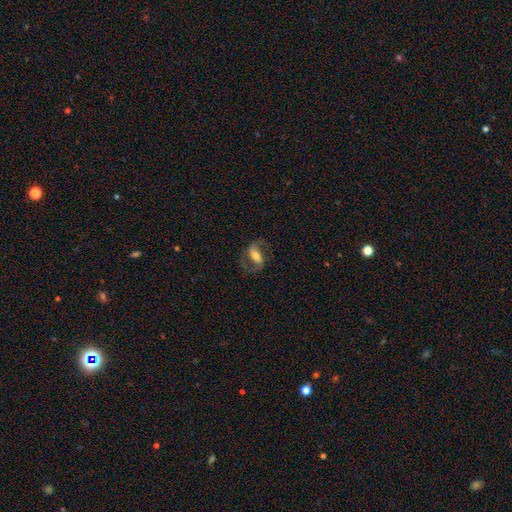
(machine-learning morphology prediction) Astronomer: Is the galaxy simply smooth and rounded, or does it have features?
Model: featured or disk — 70%.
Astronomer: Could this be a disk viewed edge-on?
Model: no — 94%.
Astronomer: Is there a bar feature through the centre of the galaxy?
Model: strong — 45% (runner-up: weak, 34%).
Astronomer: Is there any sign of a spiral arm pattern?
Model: yes — 89%.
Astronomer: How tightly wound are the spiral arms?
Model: medium — 46% (runner-up: loose, 41%).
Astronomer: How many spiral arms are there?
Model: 2 — 89%.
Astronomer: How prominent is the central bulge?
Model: moderate — 55%.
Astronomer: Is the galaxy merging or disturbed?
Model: none — 70%.